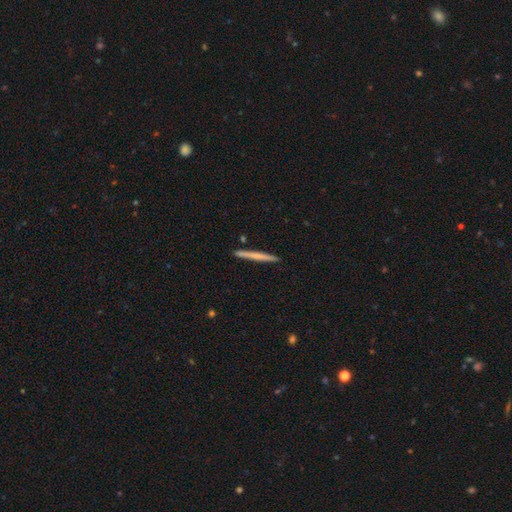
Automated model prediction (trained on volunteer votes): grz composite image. It shows a smooth galaxy with no disk features (57%) that is cigar-shaped (97%). Merging: none (91%).